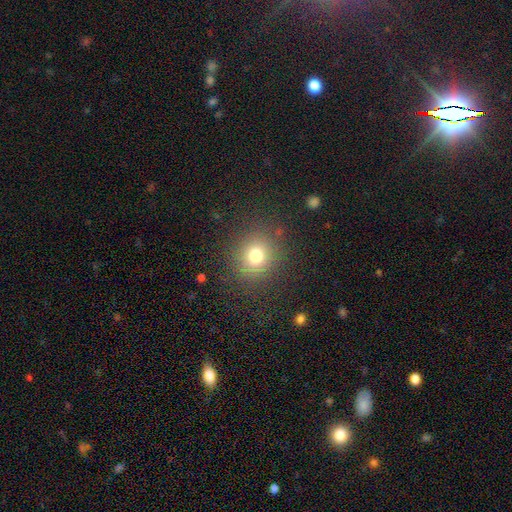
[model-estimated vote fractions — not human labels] Smooth or featured? smooth (76%)
How rounded? round (81%)
Merging? none (85%)